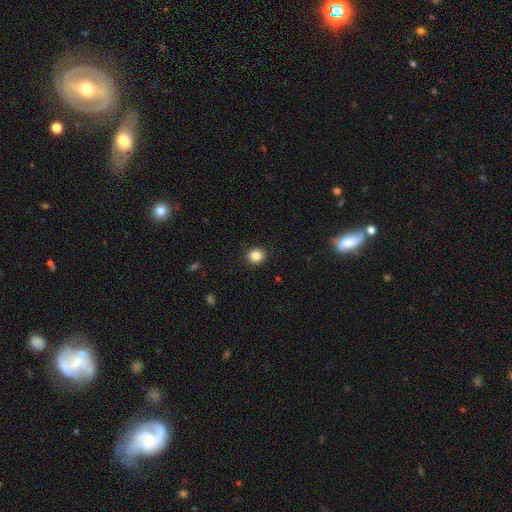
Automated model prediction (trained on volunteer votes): This appears to be a smooth galaxy with no disk features (86%) that is round (77%). Merging: none (91%).